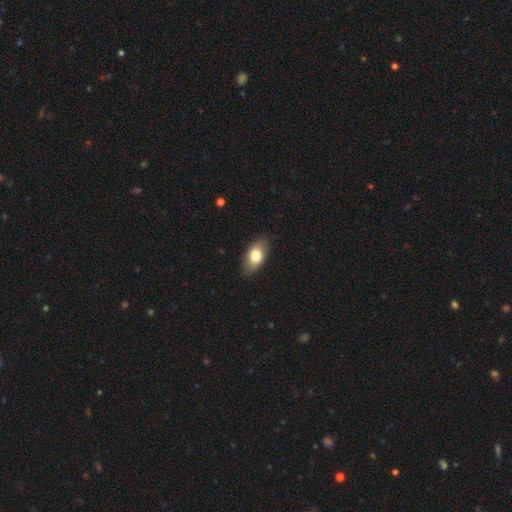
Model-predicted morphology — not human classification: smooth 77%, featured or disk 16%, star or artifact 7%. Down the decision tree: how rounded — in between (90%); merging — none (85%).